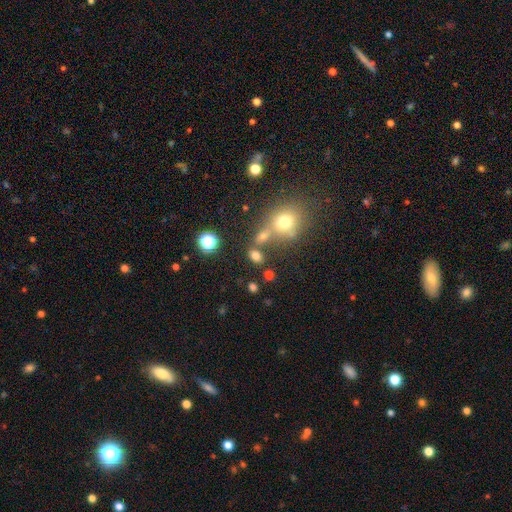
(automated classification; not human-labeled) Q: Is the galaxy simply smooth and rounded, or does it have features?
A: smooth — 72%.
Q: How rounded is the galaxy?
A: in between — 73%.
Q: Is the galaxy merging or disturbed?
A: none — 63%.